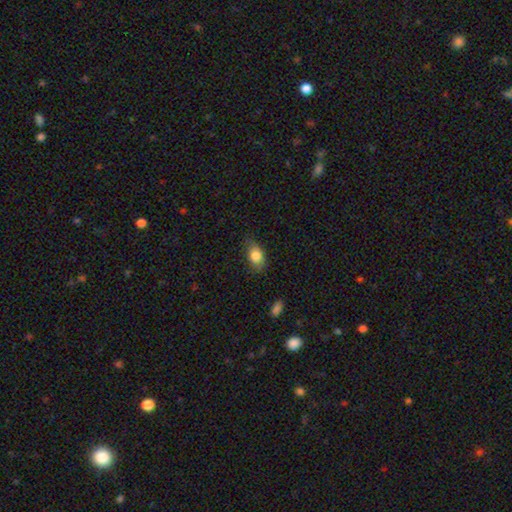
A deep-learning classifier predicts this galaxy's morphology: Overall: smooth (82%). How rounded: in between (85%). Merging: none (71%).